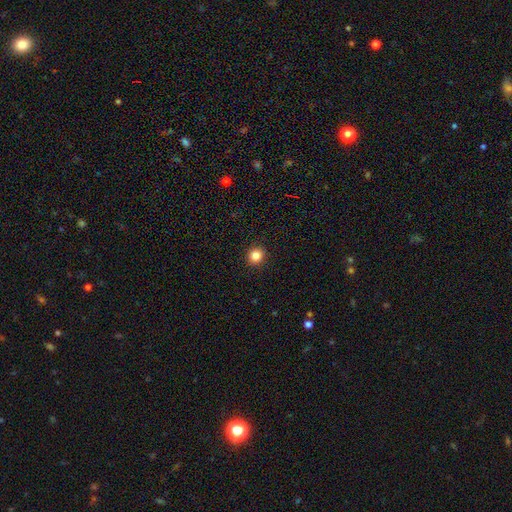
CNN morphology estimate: smooth-or-featured: smooth: 84% | star or artifact: 11% | featured or disk: 4%
  how-rounded: round: 90% | in between: 9% | cigar-shaped: 1%
  merging: none: 93% | minor disturbance: 5% | major disturbance: 2% | merger: 1%